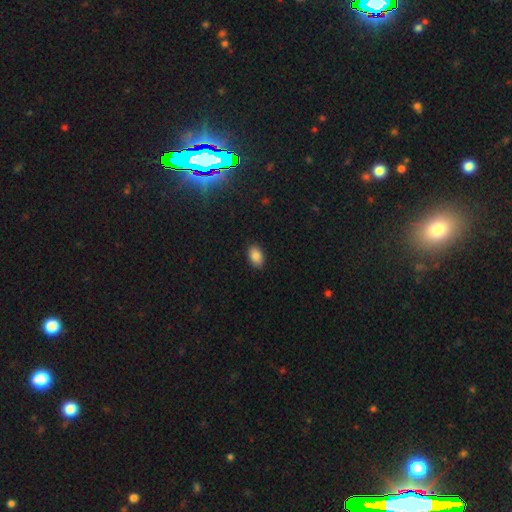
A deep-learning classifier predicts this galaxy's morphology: Overall: smooth (87%). How rounded: in between (88%). Merging: none (88%).